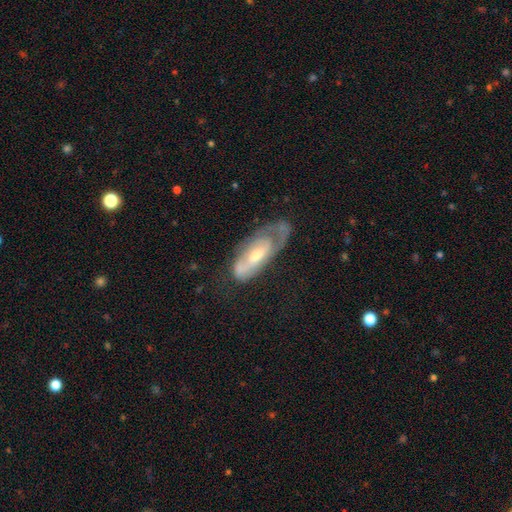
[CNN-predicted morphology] A featured or disk galaxy (71%) with no bar (50%), spiral arms (72%) and a moderate central bulge (55%).

Vote fractions:
- Smooth or featured? featured or disk: 71% / smooth: 23% / star or artifact: 6%
- Edge-on disk? no: 87% / yes: 13%
- Bar? no: 50% / weak: 36% / strong: 14%
- Spiral arms? yes: 72% / no: 28%
- Bulge size? moderate: 55% / small: 38% / large: 5% / none: 2% / dominant: 1%
- Merging? none: 43% / minor disturbance: 28% / major disturbance: 26% / merger: 3%